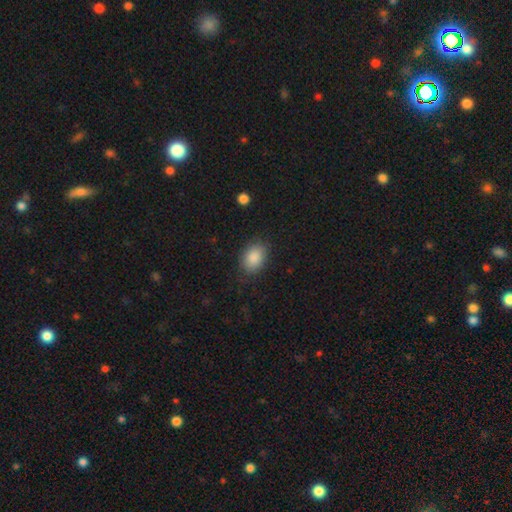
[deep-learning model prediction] Morphology: type=smooth (87%); roundness=in between (77%); merging=none (84%).